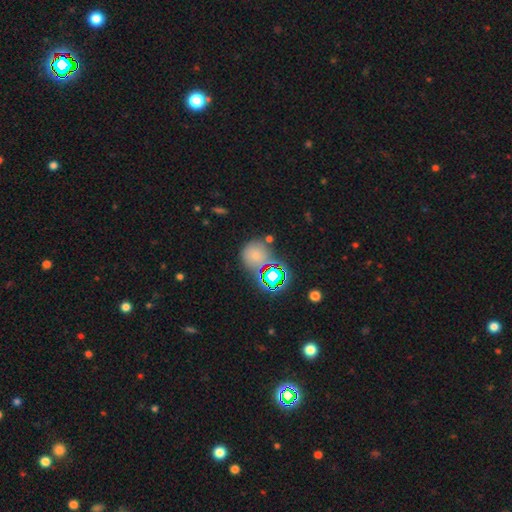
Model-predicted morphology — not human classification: type=smooth (61%); roundness=round (86%); merging=none (64%).